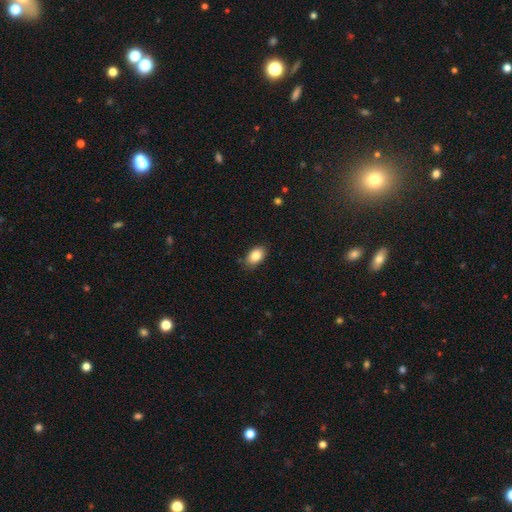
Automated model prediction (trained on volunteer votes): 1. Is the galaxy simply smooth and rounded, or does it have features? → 85% smooth, 8% star or artifact, 7% featured or disk.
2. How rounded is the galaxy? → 88% in between, 10% round, 1% cigar-shaped.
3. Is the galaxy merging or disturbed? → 83% none, 13% minor disturbance, 2% major disturbance, 1% merger.